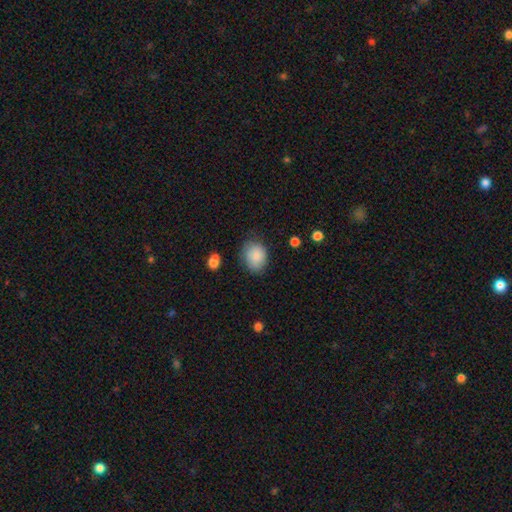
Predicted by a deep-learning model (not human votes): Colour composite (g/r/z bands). It shows a smooth galaxy with no disk features (84%) that is in between round and cigar-shaped (51%). Merging: none (69%).